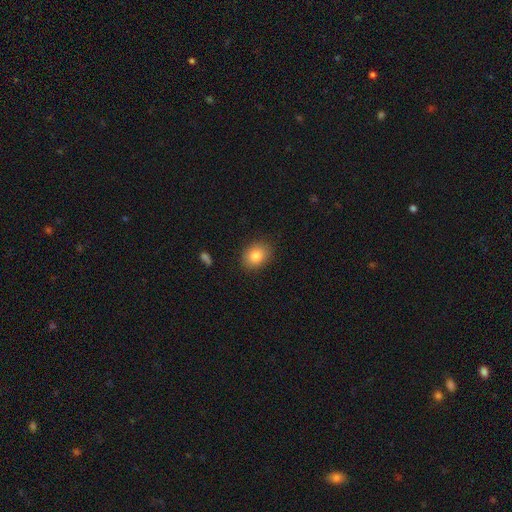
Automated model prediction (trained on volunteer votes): Q: Smooth or featured?
A: smooth (83%); runner-up: star or artifact (9%)
Q: How rounded?
A: in between (56%); runner-up: round (43%)
Q: Merging?
A: none (86%); runner-up: minor disturbance (10%)